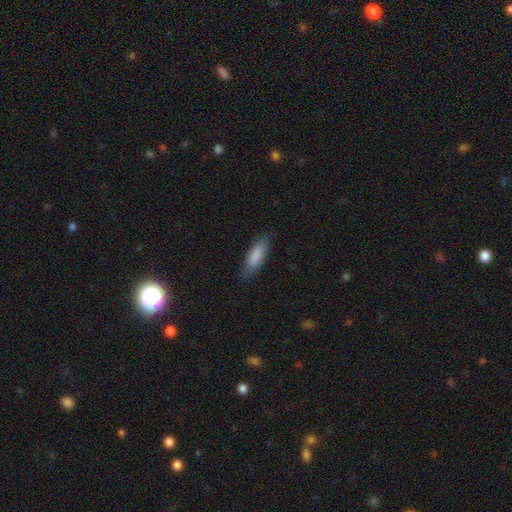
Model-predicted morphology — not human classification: smooth 85%, featured or disk 9%, star or artifact 6%. Down the decision tree: how rounded — in between (60%); merging — none (79%).